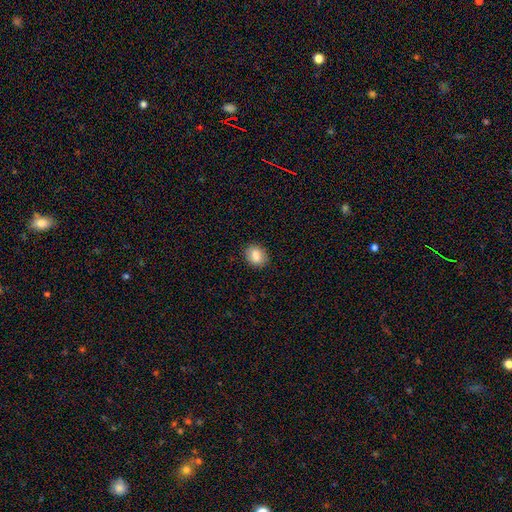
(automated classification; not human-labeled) smooth 86%, star or artifact 8%, featured or disk 6%. Down the decision tree: how rounded — in between (53%); merging — none (86%).